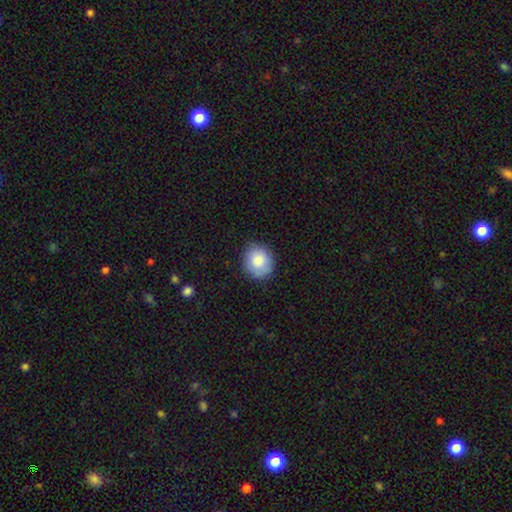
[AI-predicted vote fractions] Smooth or featured? smooth (82%)
How rounded? round (80%)
Merging? none (84%)